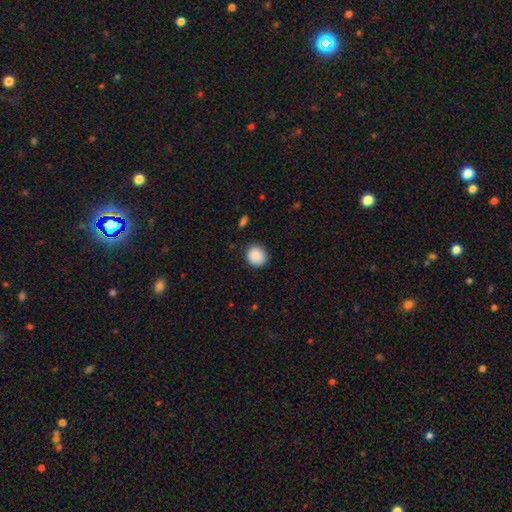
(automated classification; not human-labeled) The model was most divided on "how rounded": round: 82%, in between: 17%, cigar-shaped: 1%. More confident: smooth or featured — smooth (89%); merging — none (88%).